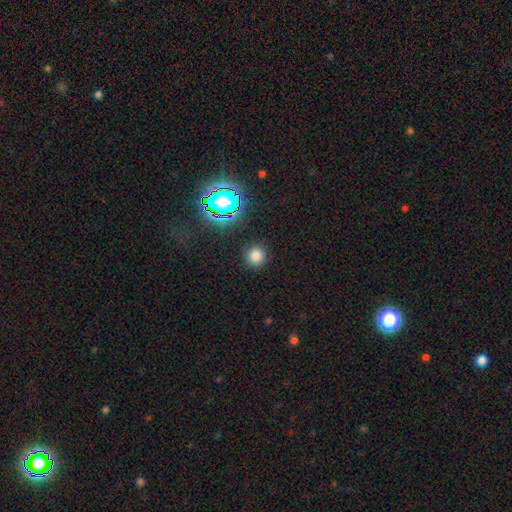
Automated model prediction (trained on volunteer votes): smooth 75%, star or artifact 20%, featured or disk 5%. Down the decision tree: how rounded — round (94%); merging — none (89%).